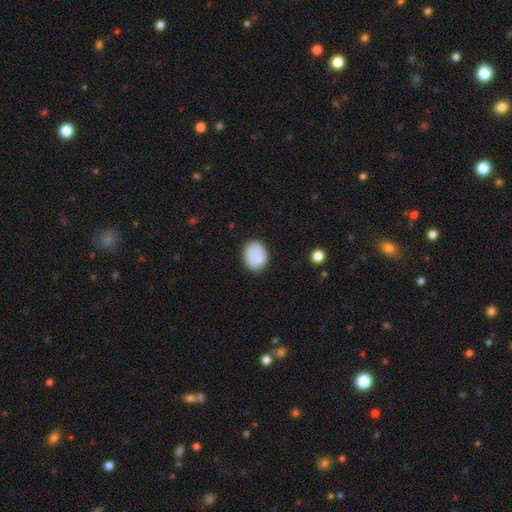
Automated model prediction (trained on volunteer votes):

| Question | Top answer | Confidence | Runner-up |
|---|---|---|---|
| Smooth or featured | smooth | 76% | featured or disk (16%) |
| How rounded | in between | 59% | round (40%) |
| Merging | none | 72% | minor disturbance (18%) |